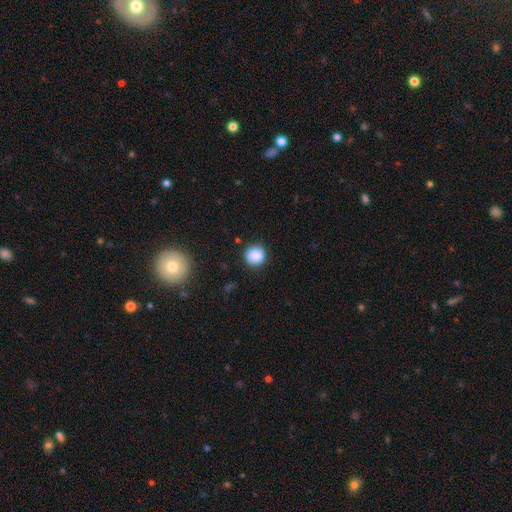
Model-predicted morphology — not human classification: Smooth or featured: smooth — 85% (star or artifact — 9%)
How rounded: round — 92% (in between — 8%)
Merging: none — 87% (minor disturbance — 9%)